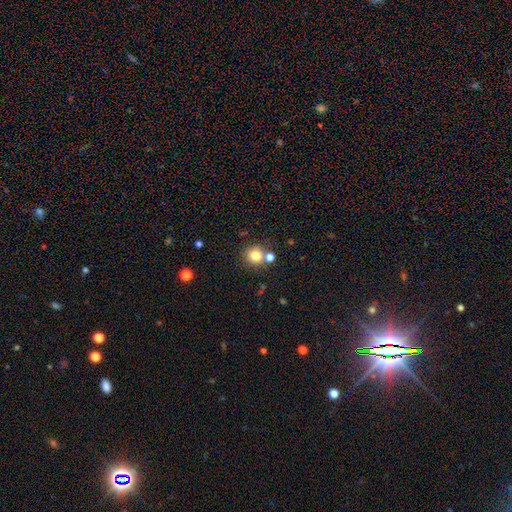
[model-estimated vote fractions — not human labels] Smooth or featured: smooth — 79% (star or artifact — 13%)
How rounded: round — 90% (in between — 9%)
Merging: none — 70% (merger — 18%)